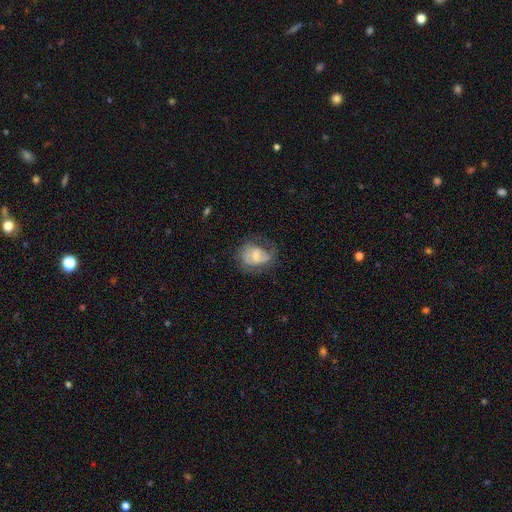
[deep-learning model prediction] This is possibly a featured or disk galaxy (55%). It is clearly not viewed edge-on (96%). Bar: possibly weak (47%). Spiral arm pattern: likely yes (67%). Central bulge: possibly moderate (49%). Merging: possibly none (48%).